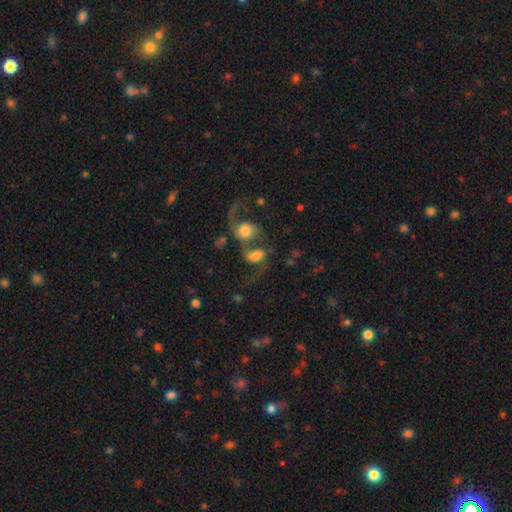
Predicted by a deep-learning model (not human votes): Smooth or featured?
  - featured or disk: 53% *
  - smooth: 36%
  - star or artifact: 11%
Edge-on disk?
  - no: 96% *
  - yes: 4%
Bar?
  - no: 55% *
  - weak: 33%
  - strong: 12%
Spiral arms?
  - yes: 83% *
  - no: 17%
Bulge size?
  - moderate: 42% *
  - large: 31%
  - small: 15%
  - none: 7%
  - dominant: 6%
Merging?
  - merger: 70% *
  - none: 12%
  - major disturbance: 12%
  - minor disturbance: 6%